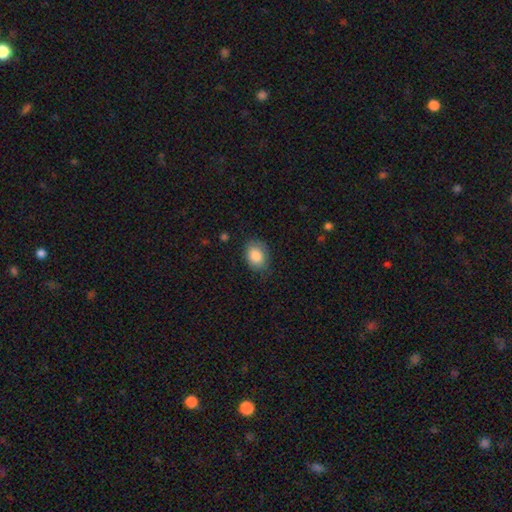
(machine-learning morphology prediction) type=smooth (87%); roundness=in between (75%); merging=none (75%).